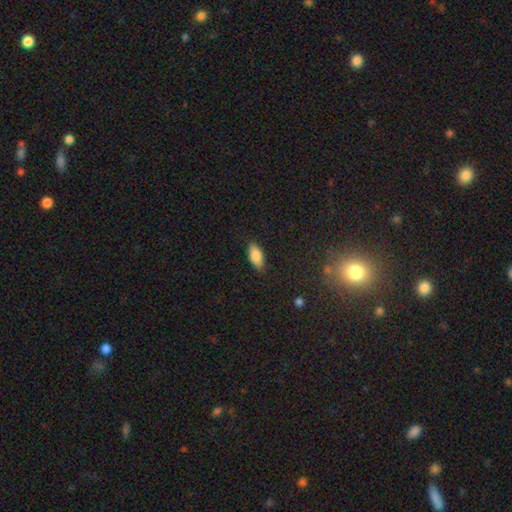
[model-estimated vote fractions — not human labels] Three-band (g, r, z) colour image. It shows a smooth galaxy with no disk features (85%) that is in between round and cigar-shaped (89%). Merging: none (86%).